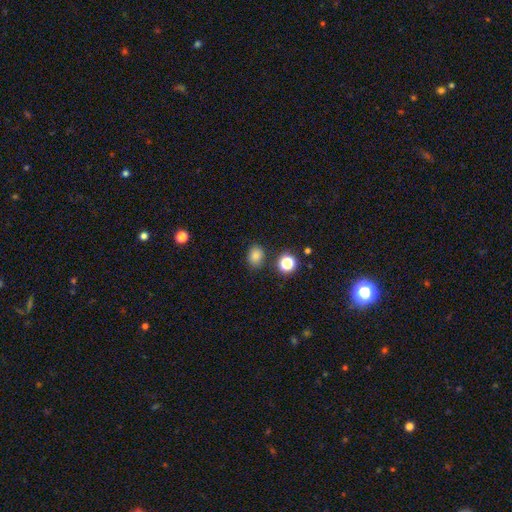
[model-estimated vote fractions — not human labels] smooth-or-featured: smooth: 81% | star or artifact: 14% | featured or disk: 5%
  how-rounded: in between: 54% | round: 46% | cigar-shaped: 1%
  merging: none: 82% | minor disturbance: 11% | merger: 4% | major disturbance: 3%